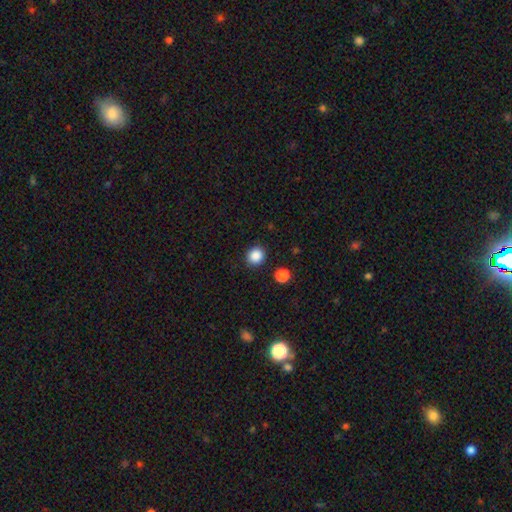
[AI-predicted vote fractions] Morphology: type=smooth (87%); roundness=round (85%); merging=none (90%).